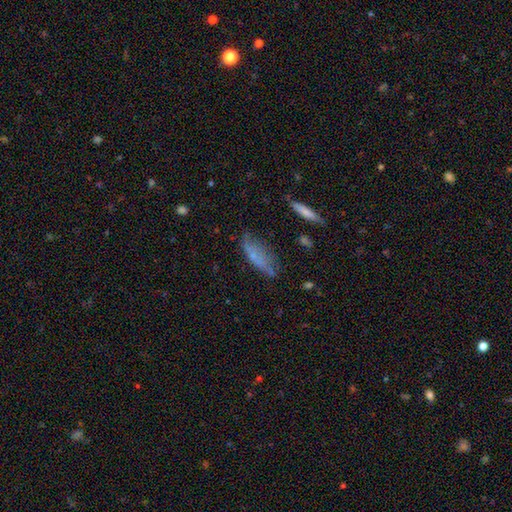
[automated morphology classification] smooth_or_featured: smooth (p=0.60) [alt: featured or disk p=0.31]
how_rounded: in between (p=0.60) [alt: cigar-shaped p=0.38]
merging: none (p=0.55) [alt: minor disturbance p=0.29]